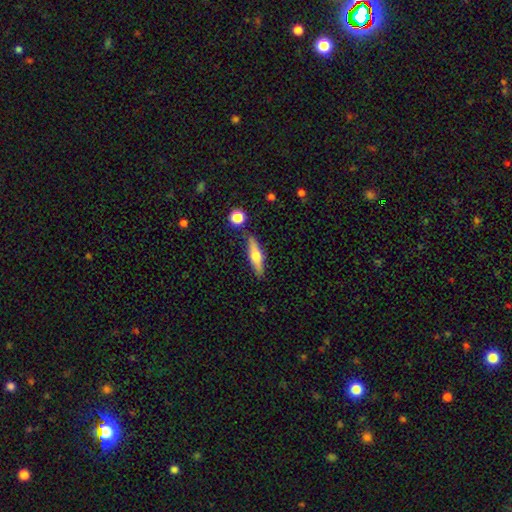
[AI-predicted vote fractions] Smooth or featured? smooth (47%, tied with featured or disk)
Merging? none (82%)